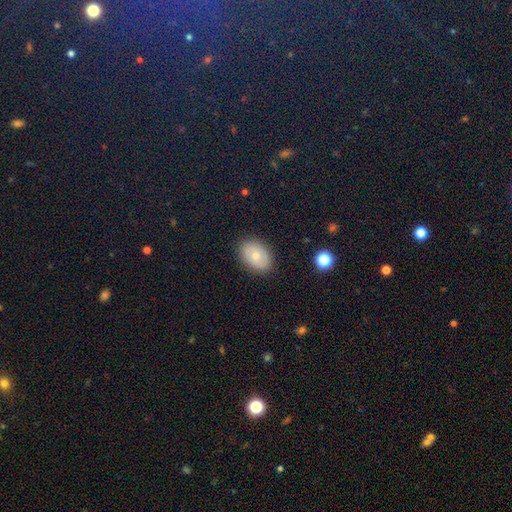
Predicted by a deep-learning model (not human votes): Overall: smooth (69%). How rounded: in between (81%). Merging: none (86%).